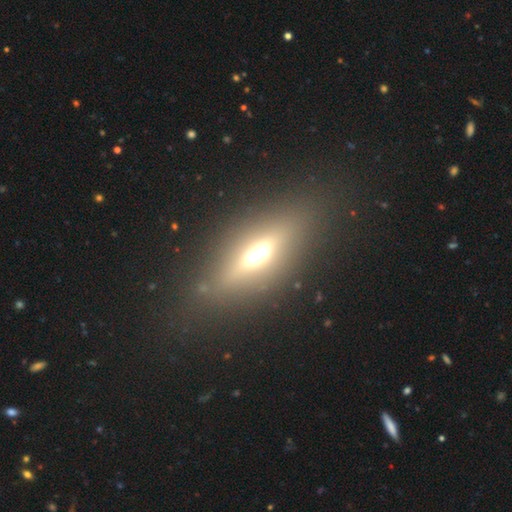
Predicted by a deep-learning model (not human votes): Morphology: type=featured or disk (49%); merging=none (63%).